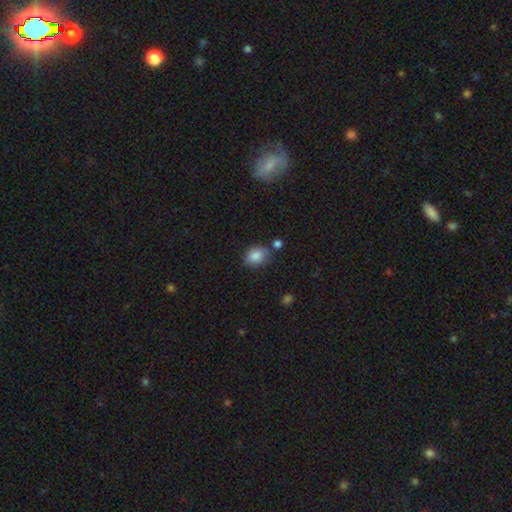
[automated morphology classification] Overall: smooth (86%). How rounded: in between (62%; round 36%). Merging: none (71%).